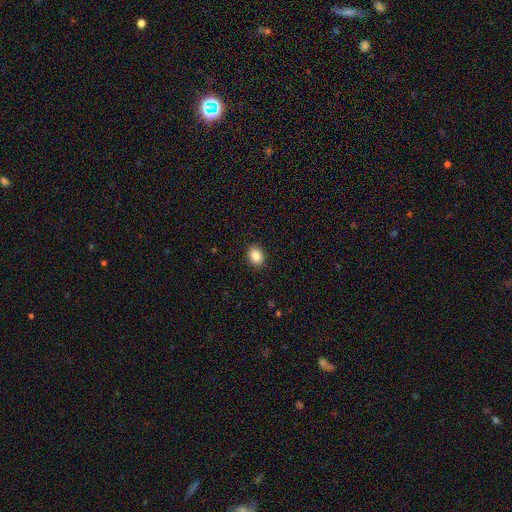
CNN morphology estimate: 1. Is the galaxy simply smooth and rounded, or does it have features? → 86% smooth, 9% star or artifact, 5% featured or disk.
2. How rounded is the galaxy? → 65% in between, 34% round, 1% cigar-shaped.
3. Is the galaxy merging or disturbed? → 90% none, 7% minor disturbance, 2% major disturbance, 1% merger.